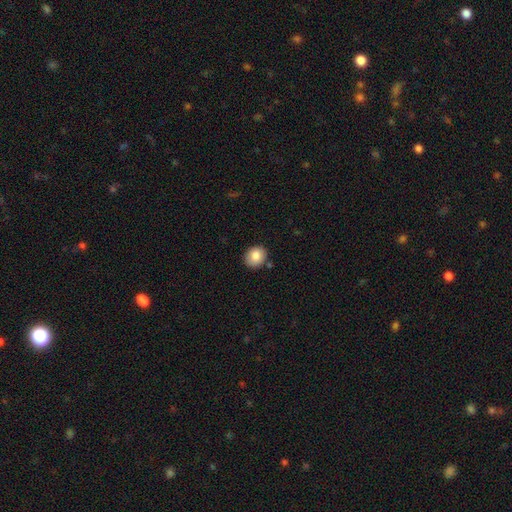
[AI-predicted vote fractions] Q: Smooth or featured?
A: smooth (84%); runner-up: star or artifact (8%)
Q: How rounded?
A: round (62%); runner-up: in between (37%)
Q: Merging?
A: none (83%); runner-up: minor disturbance (11%)